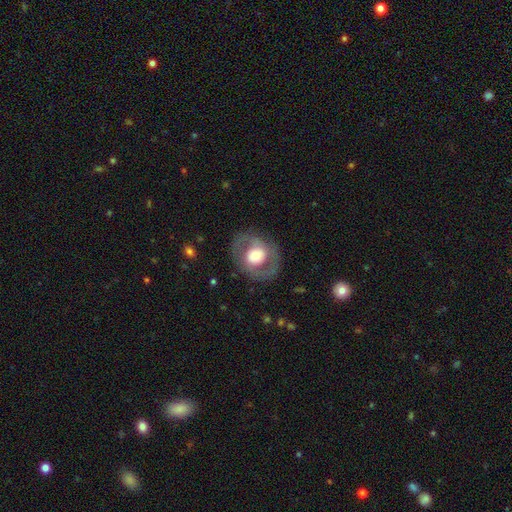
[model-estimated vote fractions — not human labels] This is possibly a featured or disk galaxy (58%). It is clearly not viewed edge-on (95%). Bar: likely no (69%). Spiral arm pattern: possibly no (55%). Central bulge: possibly moderate (47%). Merging: likely none (79%).